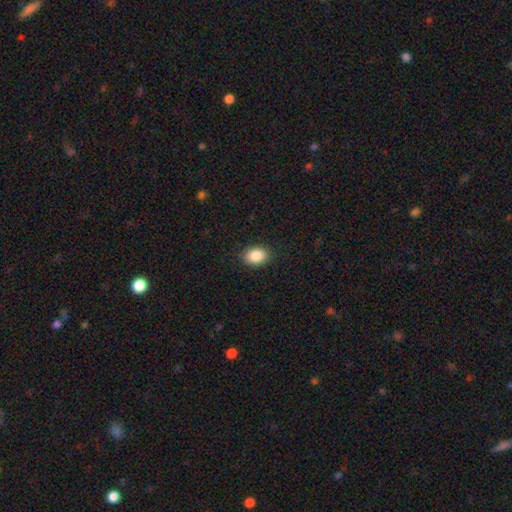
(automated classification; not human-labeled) Smooth or featured? Predicted: smooth (p=0.88). How rounded? Predicted: in between (p=0.73). Merging? Predicted: none (p=0.89).